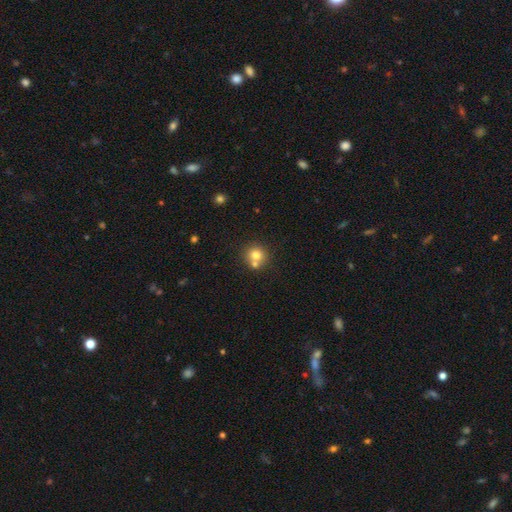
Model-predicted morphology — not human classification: The model was most divided on "merging": none: 55%, merger: 34%, minor disturbance: 8%, major disturbance: 3%. More confident: how rounded — round (89%); smooth or featured — smooth (75%).